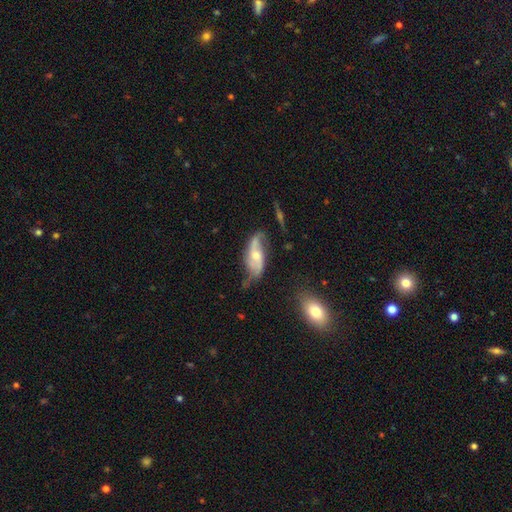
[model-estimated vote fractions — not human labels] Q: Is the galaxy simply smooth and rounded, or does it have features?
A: featured or disk — 73%.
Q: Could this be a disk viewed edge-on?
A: no — 92%.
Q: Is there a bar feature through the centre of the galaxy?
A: no — 55%.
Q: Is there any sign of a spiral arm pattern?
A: yes — 90%.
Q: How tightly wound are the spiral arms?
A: loose — 67%.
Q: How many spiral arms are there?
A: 2 — 85%.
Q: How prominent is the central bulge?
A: moderate — 48%.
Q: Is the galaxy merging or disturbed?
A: none — 51%.